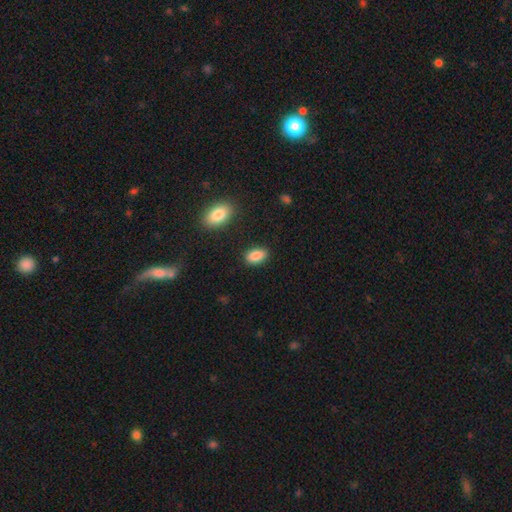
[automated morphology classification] The model was most divided on "merging": none: 86%, minor disturbance: 10%, major disturbance: 2%, merger: 2%. More confident: how rounded — in between (91%); smooth or featured — smooth (88%).